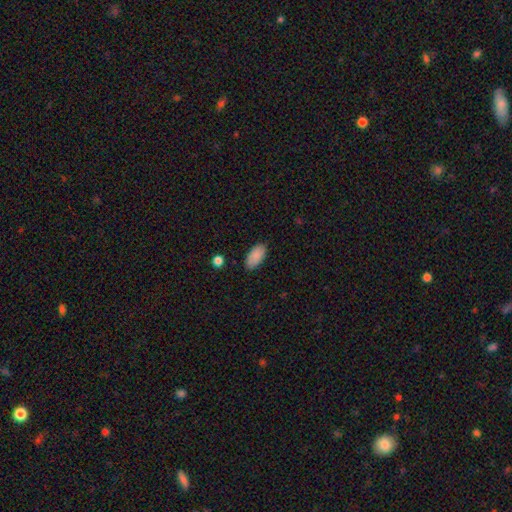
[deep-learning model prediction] This is clearly a smooth galaxy (89%). How rounded: clearly in between (94%). Merging: clearly none (84%).